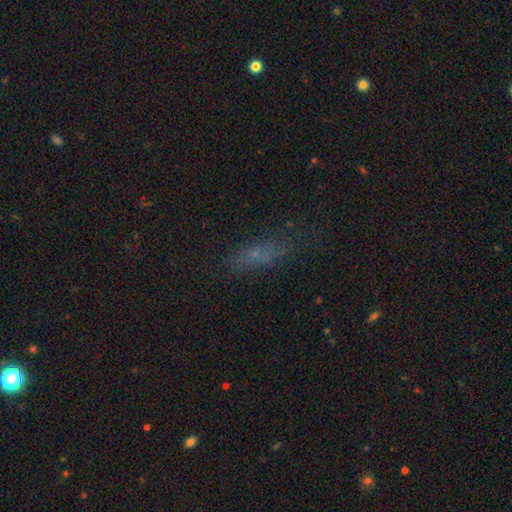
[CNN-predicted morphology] smooth_or_featured: smooth (p=0.60) [alt: featured or disk p=0.22]
how_rounded: in between (p=0.51) [alt: cigar-shaped p=0.45]
merging: none (p=0.61) [alt: minor disturbance p=0.24]